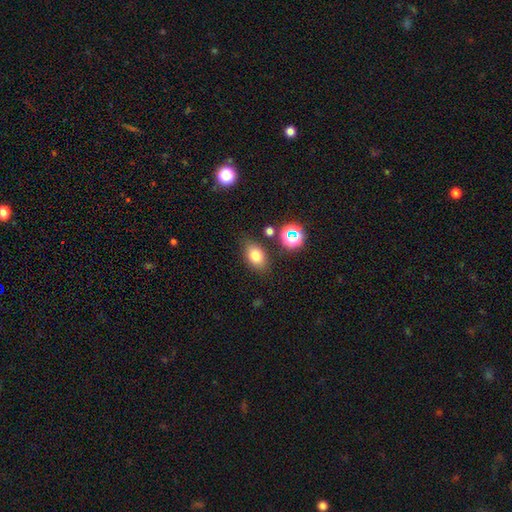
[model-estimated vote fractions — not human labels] smooth-or-featured: smooth: 76% | star or artifact: 13% | featured or disk: 11%
  how-rounded: in between: 78% | round: 21% | cigar-shaped: 2%
  merging: none: 78% | minor disturbance: 13% | merger: 5% | major disturbance: 4%